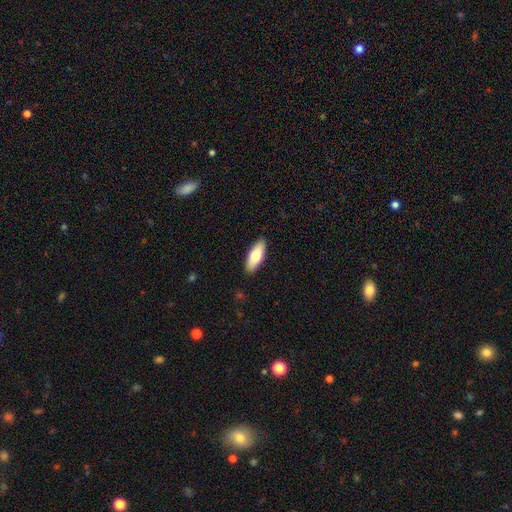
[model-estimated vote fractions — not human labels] Overall: smooth (75%). How rounded: in between (75%). Merging: none (90%).